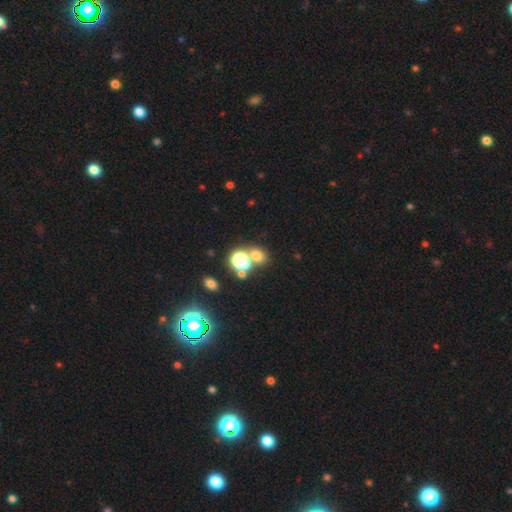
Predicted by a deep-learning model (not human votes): This is likely a smooth galaxy (66%). How rounded: likely round (61%). Merging: possibly none (58%).